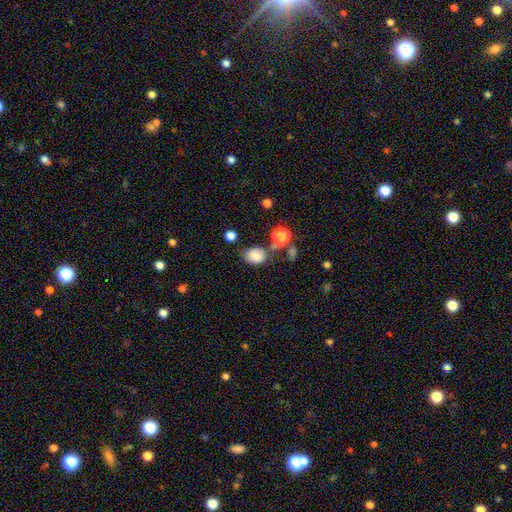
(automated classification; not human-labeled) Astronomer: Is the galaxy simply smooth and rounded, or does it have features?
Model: smooth — 81%.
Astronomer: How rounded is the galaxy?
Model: in between — 63%.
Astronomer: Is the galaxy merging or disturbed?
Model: none — 56%.